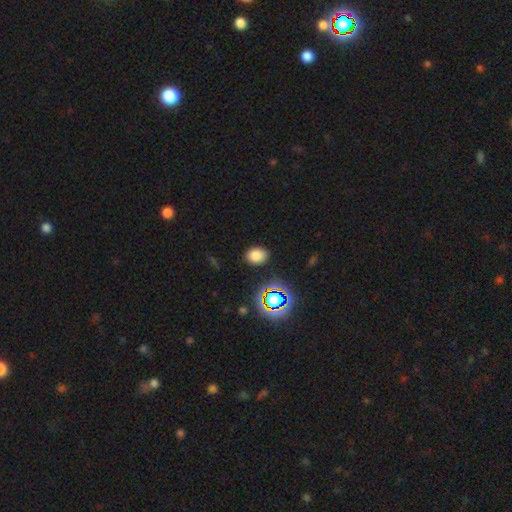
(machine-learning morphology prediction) smooth-or-featured: smooth: 77% | star or artifact: 16% | featured or disk: 6%
  how-rounded: in between: 64% | round: 35% | cigar-shaped: 1%
  merging: none: 86% | minor disturbance: 9% | major disturbance: 3% | merger: 2%